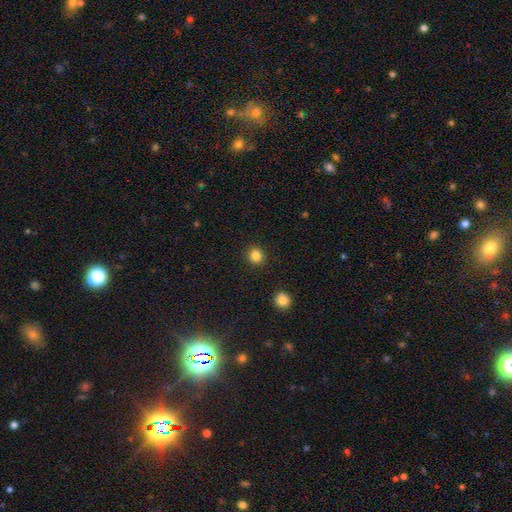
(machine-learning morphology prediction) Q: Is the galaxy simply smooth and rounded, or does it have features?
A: smooth — 85%.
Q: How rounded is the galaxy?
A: round — 85%.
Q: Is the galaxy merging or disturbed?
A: none — 91%.